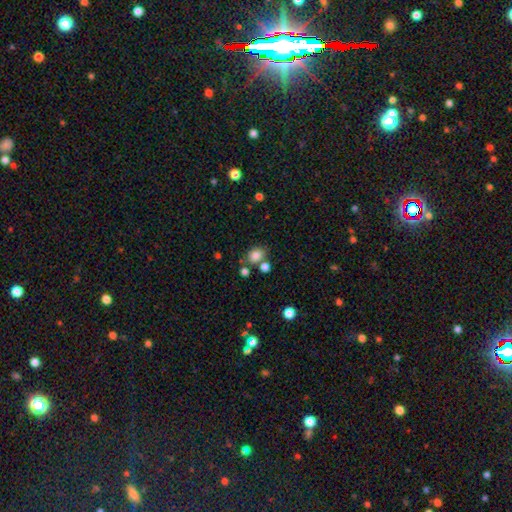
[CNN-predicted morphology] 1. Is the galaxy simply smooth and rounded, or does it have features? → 82% smooth, 11% star or artifact, 7% featured or disk.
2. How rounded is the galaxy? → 55% in between, 44% round, 1% cigar-shaped.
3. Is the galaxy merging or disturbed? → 65% none, 18% merger, 13% minor disturbance, 5% major disturbance.